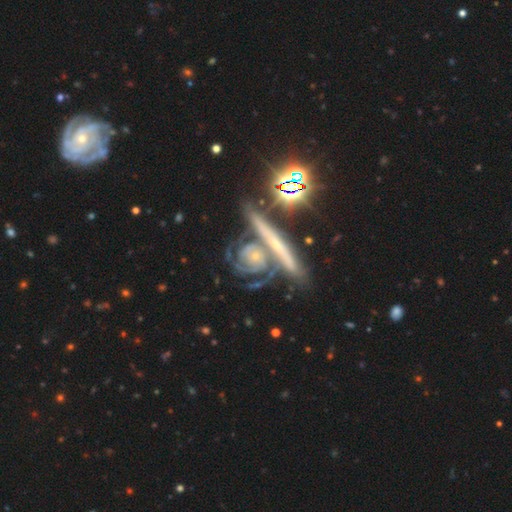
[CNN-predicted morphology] type=featured or disk (79%); edge-on=no (78%); bar=no (73%); spiral arms=yes (91%); winding=tight (73%); arm count=can't tell (32%); bulge=small (71%); merging=none (47%).